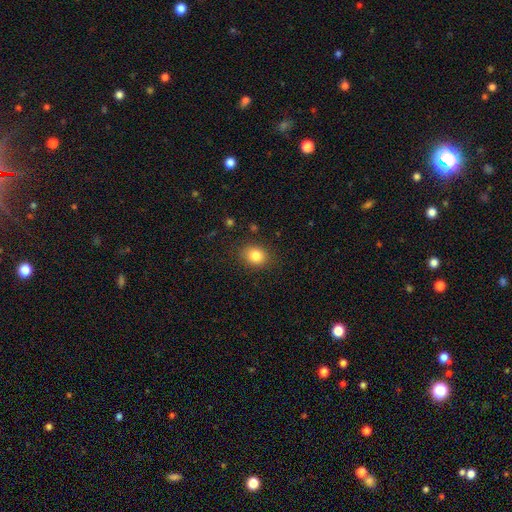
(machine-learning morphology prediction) Q: Smooth or featured?
A: smooth (83%); runner-up: star or artifact (10%)
Q: How rounded?
A: round (56%); runner-up: in between (43%)
Q: Merging?
A: none (86%); runner-up: minor disturbance (10%)